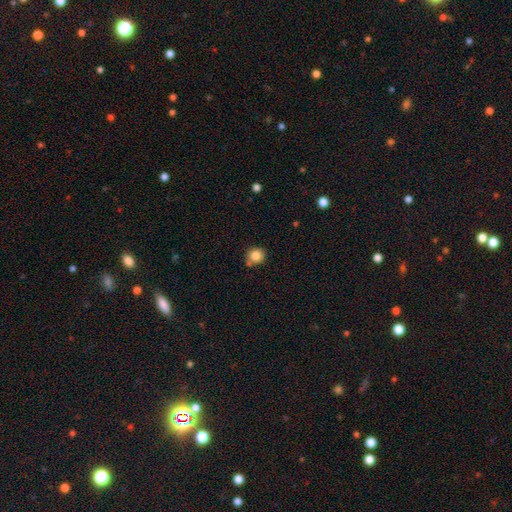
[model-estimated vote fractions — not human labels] smooth_or_featured: smooth (p=0.85) [alt: star or artifact p=0.10]
how_rounded: round (p=0.89) [alt: in between p=0.10]
merging: none (p=0.73) [alt: minor disturbance p=0.14]